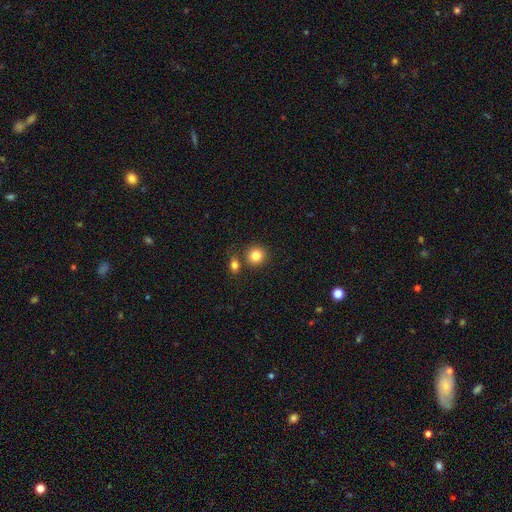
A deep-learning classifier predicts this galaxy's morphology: Overall: smooth (83%). How rounded: round (89%). Merging: none (75%).